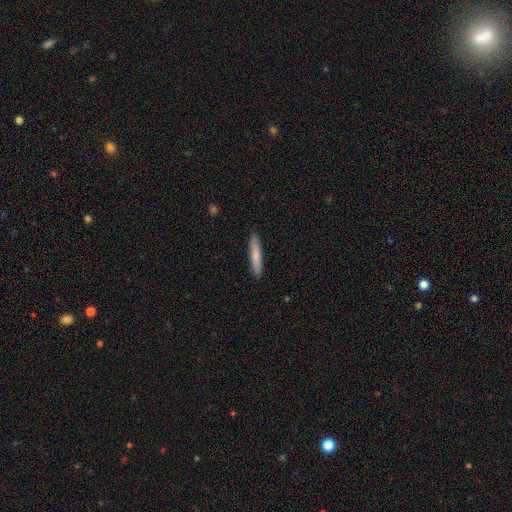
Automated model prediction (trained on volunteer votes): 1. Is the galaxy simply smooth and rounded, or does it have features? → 76% smooth, 19% featured or disk, 5% star or artifact.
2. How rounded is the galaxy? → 91% cigar-shaped, 7% in between, 1% round.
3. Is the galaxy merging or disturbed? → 91% none, 7% minor disturbance, 1% major disturbance, 1% merger.